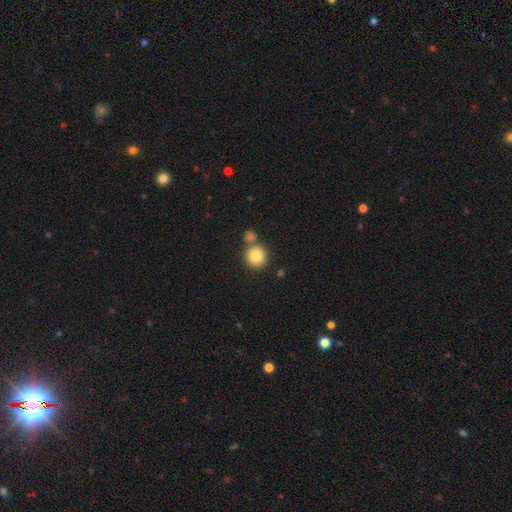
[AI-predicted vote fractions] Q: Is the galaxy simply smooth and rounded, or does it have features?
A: smooth — 83%.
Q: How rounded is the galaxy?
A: round — 93%.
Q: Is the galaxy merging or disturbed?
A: none — 67%.